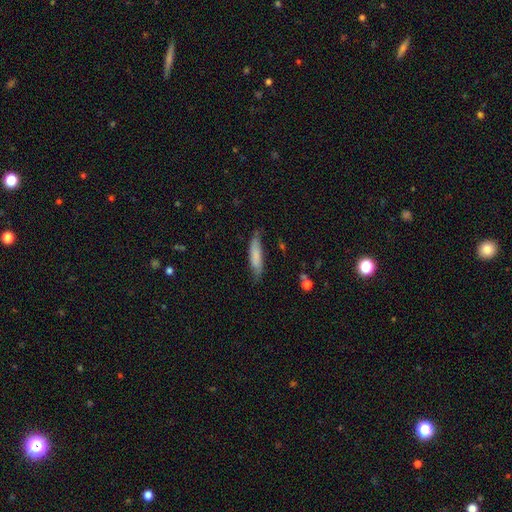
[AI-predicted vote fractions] Smooth or featured? Predicted: smooth (p=0.72). How rounded? Predicted: cigar-shaped (p=0.74). Merging? Predicted: none (p=0.68).